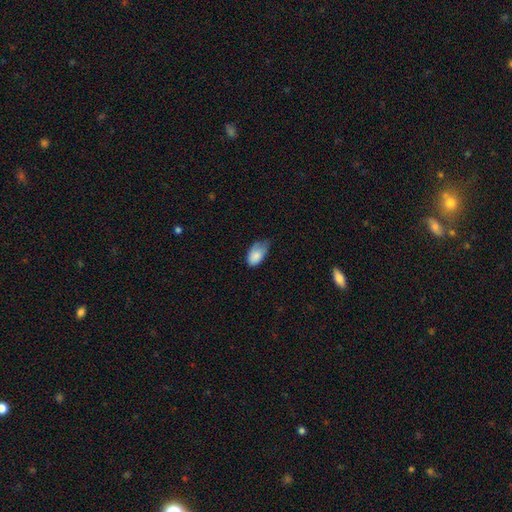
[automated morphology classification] A smooth galaxy with no disk features (83%) that is in between round and cigar-shaped (93%).

Vote fractions:
- Smooth or featured? smooth: 83% / featured or disk: 10% / star or artifact: 7%
- How rounded? in between: 93% / round: 5% / cigar-shaped: 2%
- Merging? minor disturbance: 49% / none: 32% / major disturbance: 16% / merger: 2%